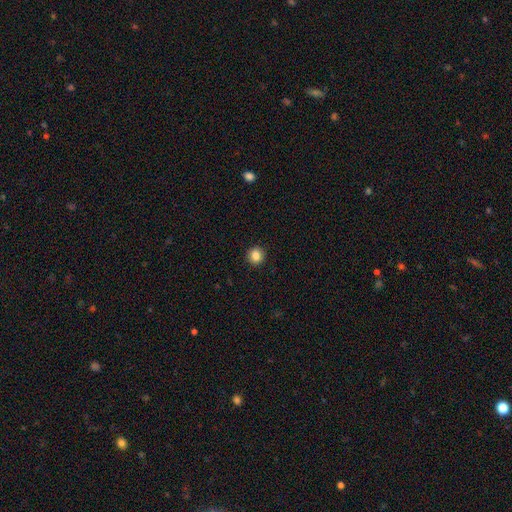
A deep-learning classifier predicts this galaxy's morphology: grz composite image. It shows a smooth galaxy with no disk features (85%) that is round (89%). Merging: none (93%).